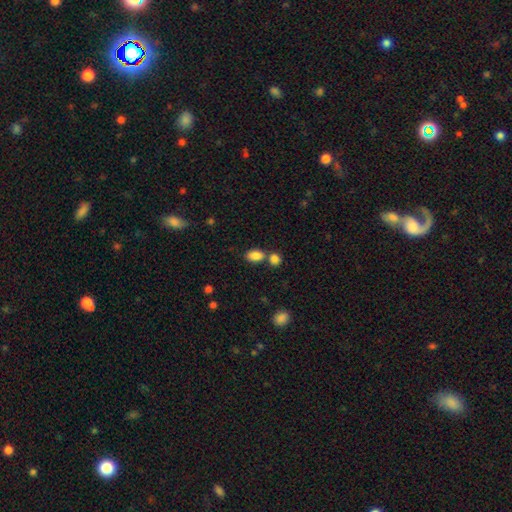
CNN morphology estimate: smooth_or_featured: smooth (p=0.85) [alt: star or artifact p=0.09]
how_rounded: in between (p=0.82) [alt: round p=0.16]
merging: none (p=0.55) [alt: merger p=0.32]